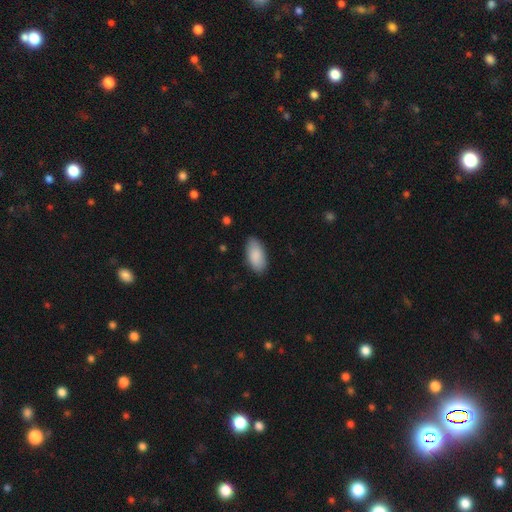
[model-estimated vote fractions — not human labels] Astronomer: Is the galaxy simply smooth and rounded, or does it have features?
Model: smooth — 89%.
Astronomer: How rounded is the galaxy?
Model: in between — 93%.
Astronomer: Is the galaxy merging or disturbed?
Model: none — 86%.